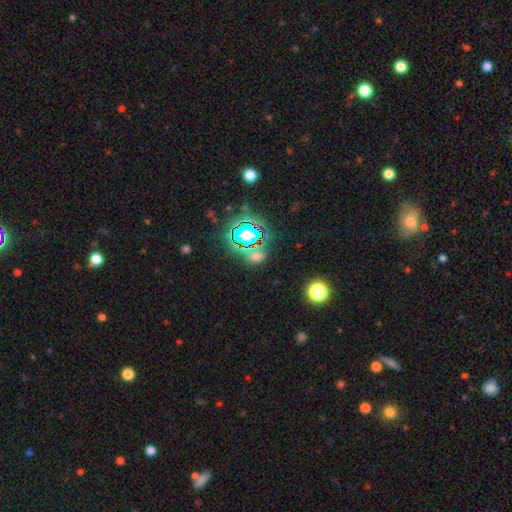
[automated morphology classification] Smooth or featured?
  - star or artifact: 53% *
  - smooth: 37%
  - featured or disk: 10%